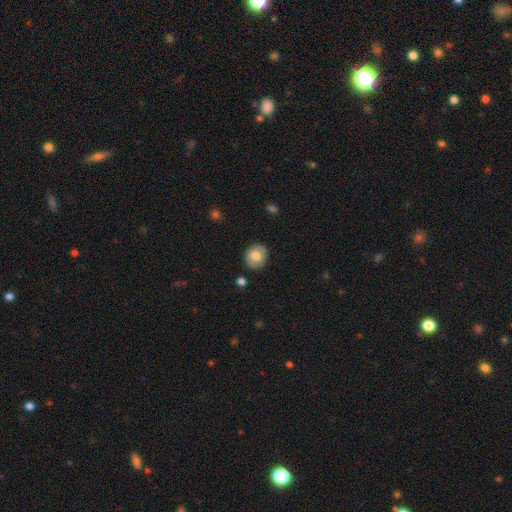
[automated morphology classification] This appears to be a smooth galaxy with no disk features (69%) that is round (65%). Merging: none (85%).